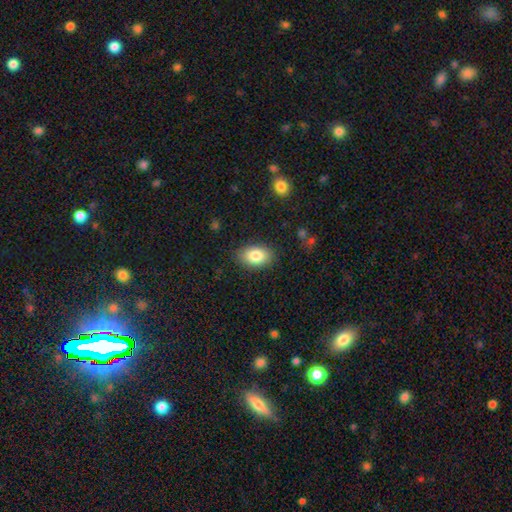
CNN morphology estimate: This appears to be a smooth galaxy with no disk features (84%) that is in between round and cigar-shaped (89%). Merging: none (85%).